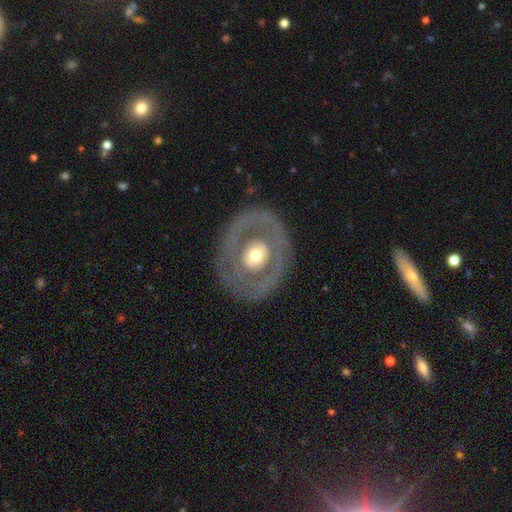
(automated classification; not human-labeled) smooth_or_featured: featured or disk (p=0.66) [alt: smooth p=0.29]
disk_edge_on: no (p=0.94) [alt: yes p=0.06]
bar: no (p=0.75) [alt: weak p=0.17]
has_spiral_arms: no (p=0.76) [alt: yes p=0.24]
bulge_size: moderate (p=0.65) [alt: large p=0.20]
merging: none (p=0.79) [alt: minor disturbance p=0.11]